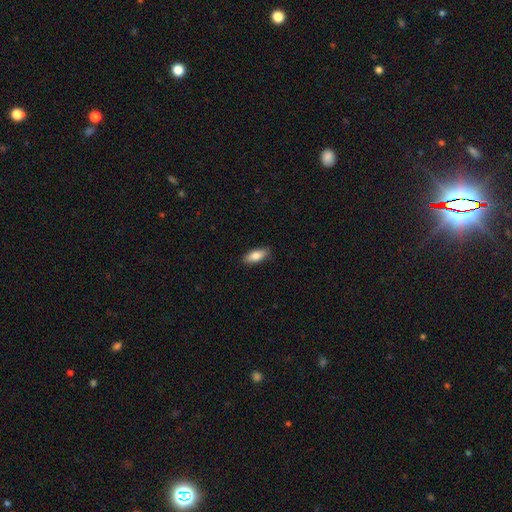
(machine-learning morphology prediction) Smooth or featured?
  - smooth: 82% *
  - featured or disk: 12%
  - star or artifact: 6%
How rounded?
  - in between: 78% *
  - cigar-shaped: 19%
  - round: 2%
Merging?
  - none: 88% *
  - minor disturbance: 10%
  - major disturbance: 2%
  - merger: 1%